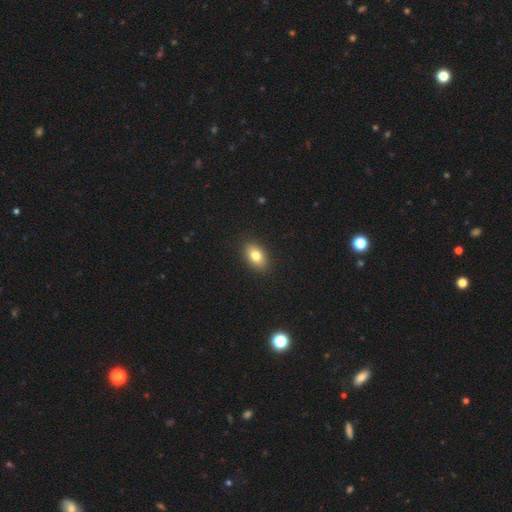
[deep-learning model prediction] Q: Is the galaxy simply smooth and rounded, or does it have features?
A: smooth — 79%.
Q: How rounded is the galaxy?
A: in between — 87%.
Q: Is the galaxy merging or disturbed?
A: none — 90%.